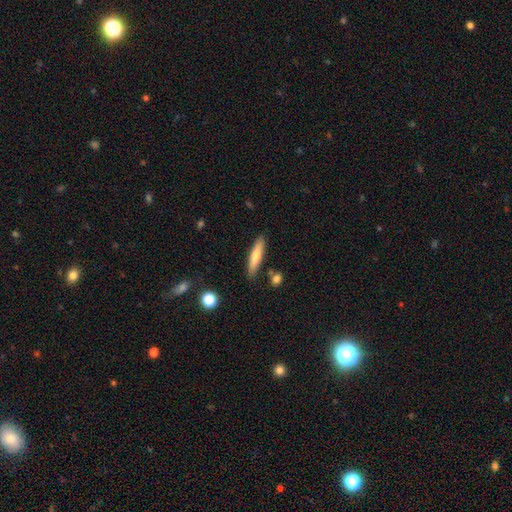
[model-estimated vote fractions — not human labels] Q: Smooth or featured?
A: smooth (63%); runner-up: featured or disk (31%)
Q: How rounded?
A: cigar-shaped (84%); runner-up: in between (15%)
Q: Merging?
A: none (85%); runner-up: minor disturbance (10%)